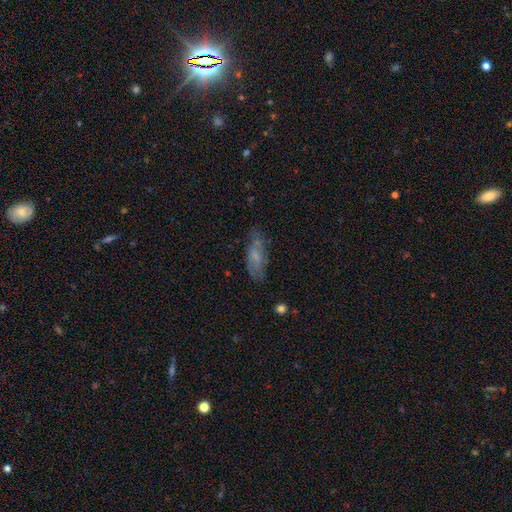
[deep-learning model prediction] Smooth or featured?
  - smooth: 49% *
  - featured or disk: 40%
  - star or artifact: 11%
Merging?
  - none: 60% *
  - minor disturbance: 25%
  - major disturbance: 12%
  - merger: 3%